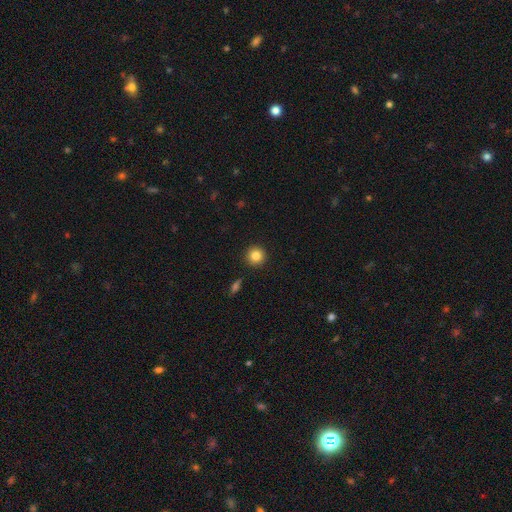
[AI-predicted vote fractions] Q: Smooth or featured?
A: smooth (84%); runner-up: star or artifact (10%)
Q: How rounded?
A: round (95%); runner-up: in between (4%)
Q: Merging?
A: none (92%); runner-up: minor disturbance (5%)